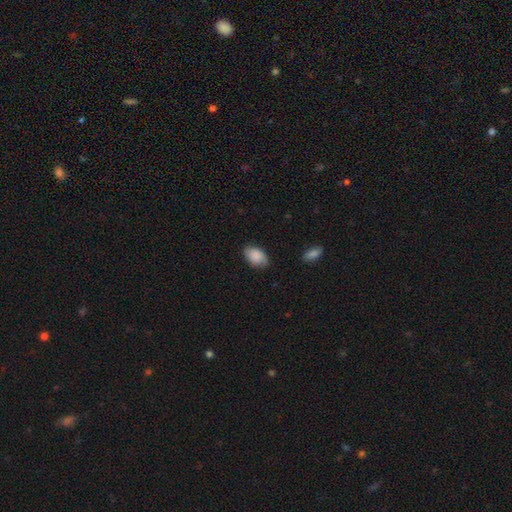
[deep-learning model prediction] A smooth galaxy with no disk features (82%) that is in between round and cigar-shaped (86%). Merging: none (72%).